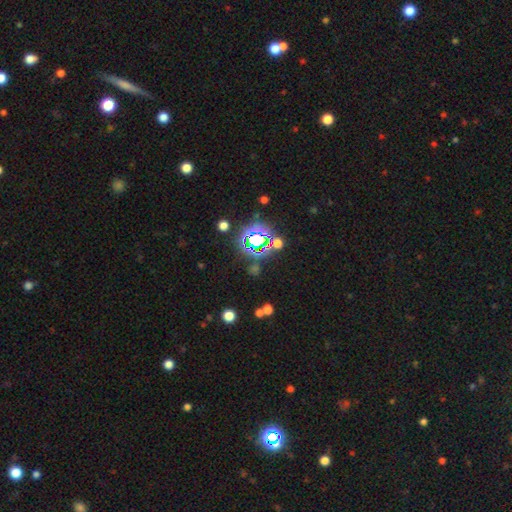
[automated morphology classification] This appears to be a star or artifact, not a galaxy (79%).